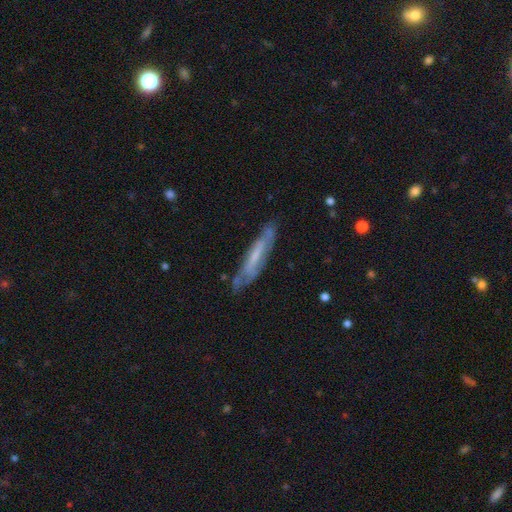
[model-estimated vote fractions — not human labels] Smooth or featured? featured or disk (60%)
Edge-on disk? yes (56%)
Merging? none (72%)